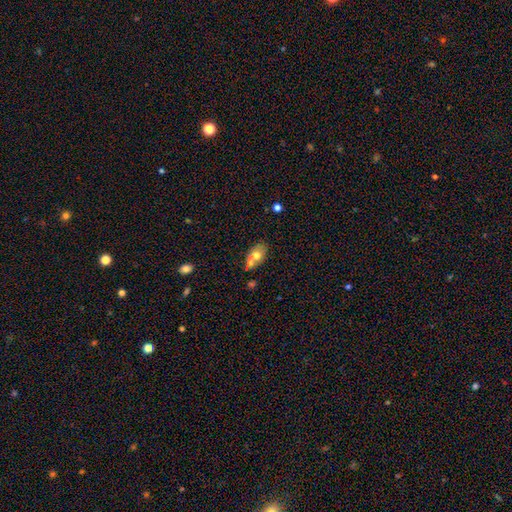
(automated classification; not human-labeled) Morphology: type=smooth (64%); roundness=in between (81%); merging=merger (40%).